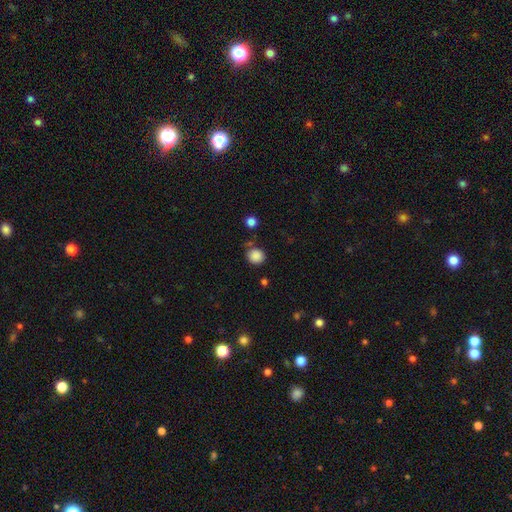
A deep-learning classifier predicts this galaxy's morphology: Smooth or featured?
  - smooth: 86% *
  - star or artifact: 10%
  - featured or disk: 4%
How rounded?
  - round: 85% *
  - in between: 14%
  - cigar-shaped: 1%
Merging?
  - none: 75% *
  - minor disturbance: 14%
  - merger: 7%
  - major disturbance: 4%